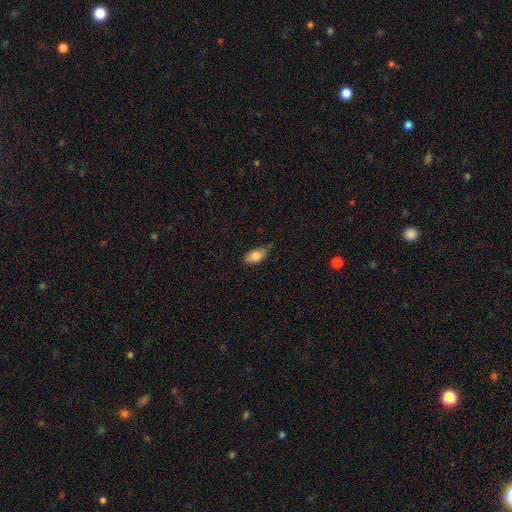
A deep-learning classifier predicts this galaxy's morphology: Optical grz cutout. It shows a smooth galaxy with no disk features (79%) that is in between round and cigar-shaped (90%). Merging: none (63%).